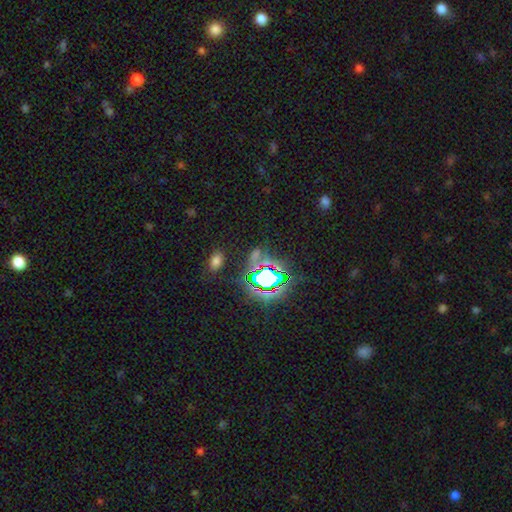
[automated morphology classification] type=star or artifact (66%).